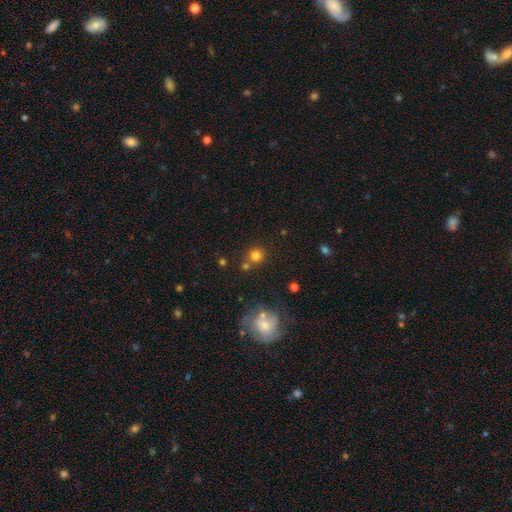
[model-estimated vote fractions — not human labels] smooth-or-featured: smooth: 77% | star or artifact: 16% | featured or disk: 7%
  how-rounded: round: 90% | in between: 9% | cigar-shaped: 1%
  merging: none: 72% | merger: 16% | minor disturbance: 8% | major disturbance: 4%